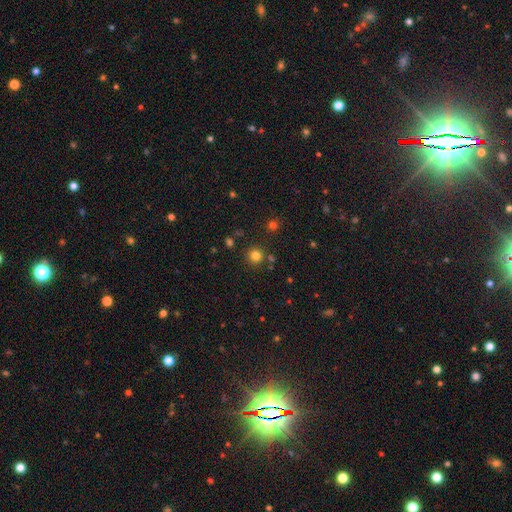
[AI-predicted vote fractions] smooth 79%, star or artifact 16%, featured or disk 5%. Down the decision tree: how rounded — round (94%); merging — none (86%).